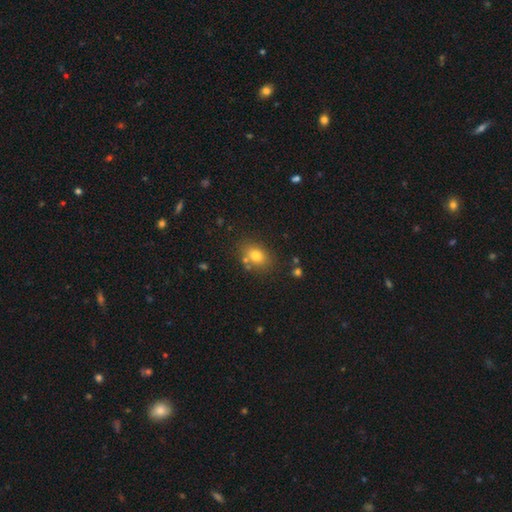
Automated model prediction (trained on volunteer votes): Smooth or featured?
  - smooth: 77% *
  - star or artifact: 11%
  - featured or disk: 11%
How rounded?
  - in between: 67% *
  - round: 32%
  - cigar-shaped: 1%
Merging?
  - none: 71% *
  - minor disturbance: 14%
  - merger: 10%
  - major disturbance: 4%